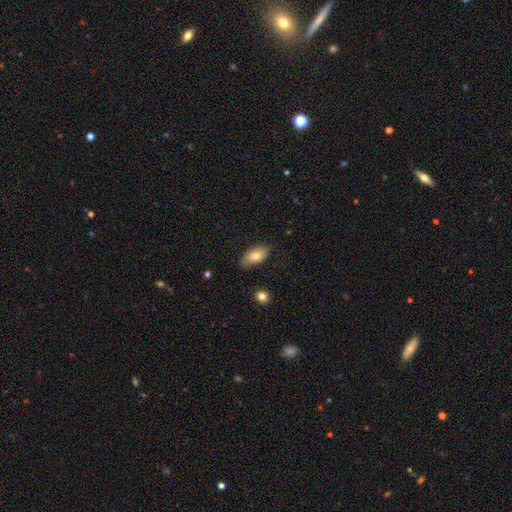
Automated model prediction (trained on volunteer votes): Smooth or featured? Predicted: smooth (p=0.78). How rounded? Predicted: in between (p=0.93). Merging? Predicted: none (p=0.75).